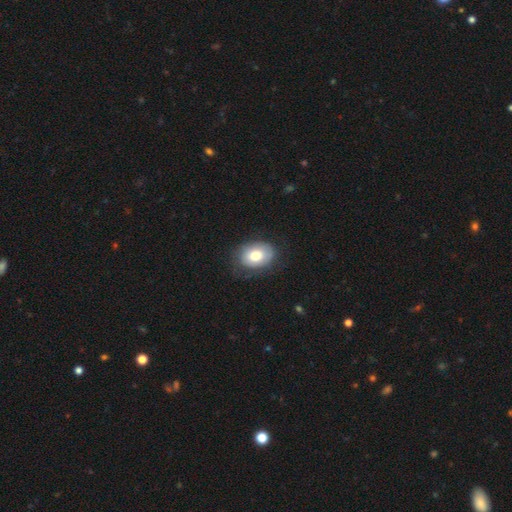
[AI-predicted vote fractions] Morphology: type=smooth (71%); roundness=in between (71%); merging=none (72%).